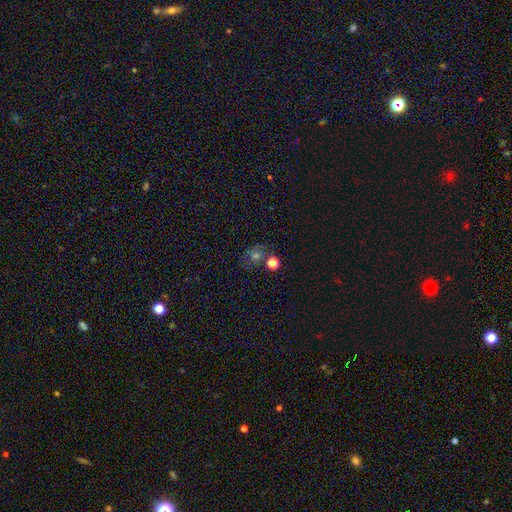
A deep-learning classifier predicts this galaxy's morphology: smooth 47%, star or artifact 33%, featured or disk 20%. Down the decision tree: merging — none (64%).